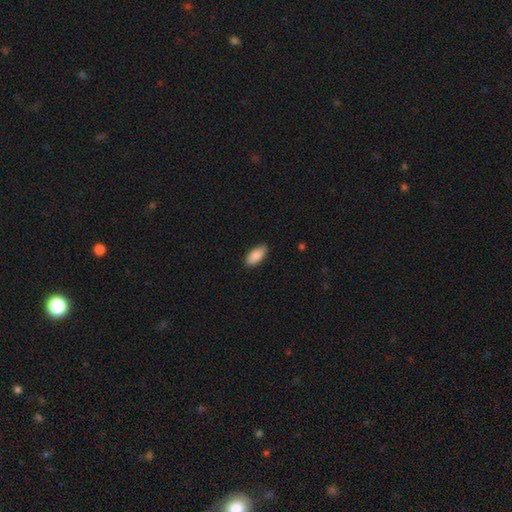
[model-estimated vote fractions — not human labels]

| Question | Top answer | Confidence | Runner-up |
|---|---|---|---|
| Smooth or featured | smooth | 89% | star or artifact (6%) |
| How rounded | in between | 90% | cigar-shaped (8%) |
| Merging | none | 84% | minor disturbance (13%) |